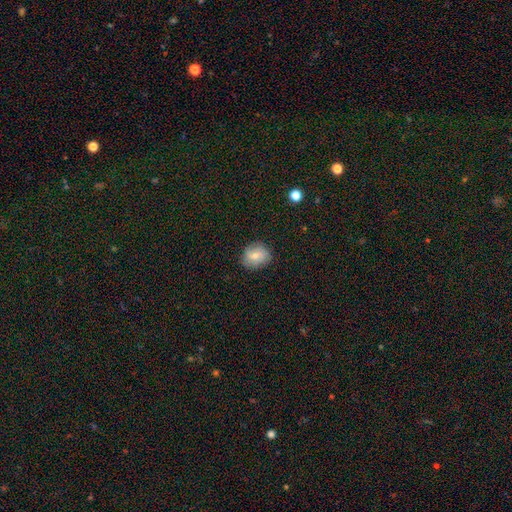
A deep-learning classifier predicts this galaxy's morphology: A smooth galaxy with no disk features (67%) that is round (67%). Merging: none (80%).